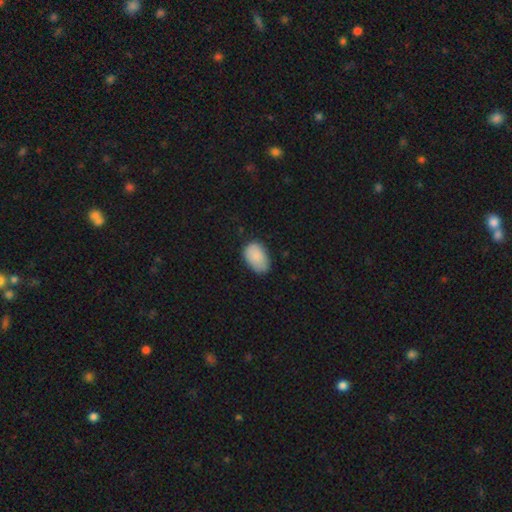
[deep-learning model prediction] Morphology: type=smooth (87%); roundness=in between (91%); merging=none (69%).